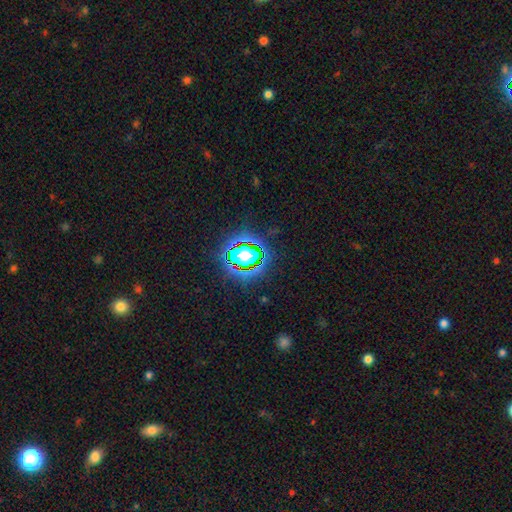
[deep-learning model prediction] This is likely a star or artifact rather than a galaxy (77%).